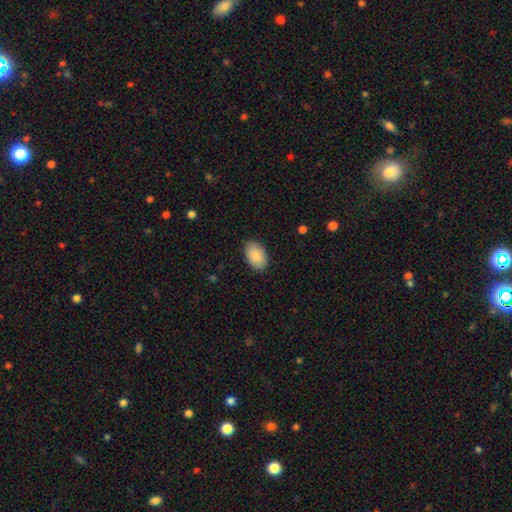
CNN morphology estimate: smooth 88%, star or artifact 6%, featured or disk 6%. Down the decision tree: how rounded — in between (90%); merging — none (88%).